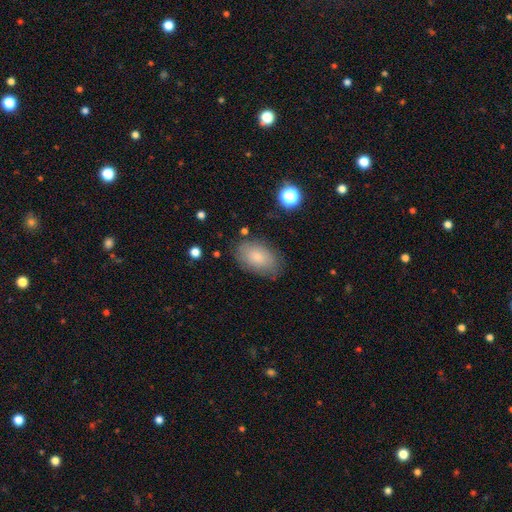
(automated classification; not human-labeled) Smooth or featured: smooth — 78% (featured or disk — 13%)
How rounded: in between — 91% (round — 8%)
Merging: none — 77% (minor disturbance — 17%)